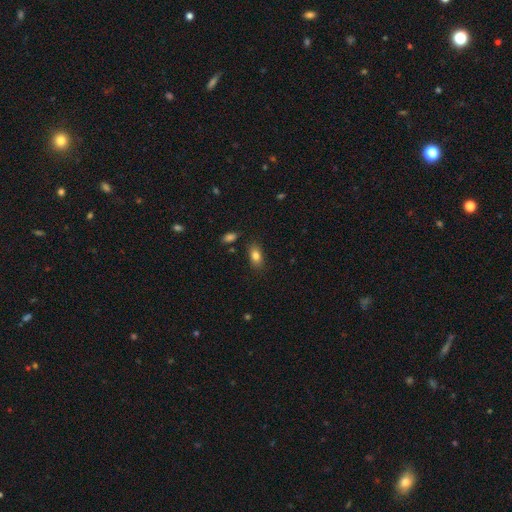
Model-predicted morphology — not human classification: type=smooth (83%); roundness=in between (88%); merging=none (83%).